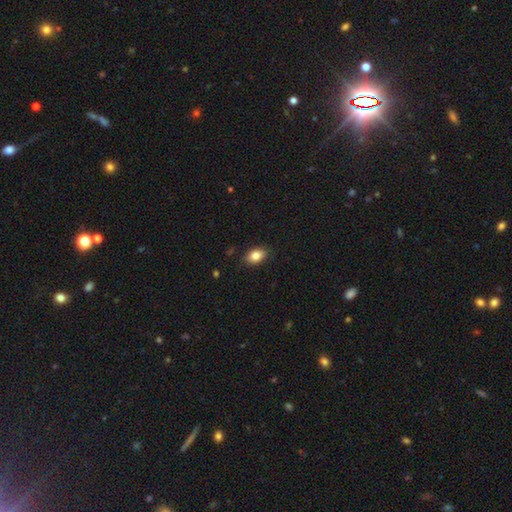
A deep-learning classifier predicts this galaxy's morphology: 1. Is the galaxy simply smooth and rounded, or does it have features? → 84% smooth, 8% star or artifact, 8% featured or disk.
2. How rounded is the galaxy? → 86% in between, 12% round, 2% cigar-shaped.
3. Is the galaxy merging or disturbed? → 86% none, 11% minor disturbance, 2% major disturbance, 1% merger.